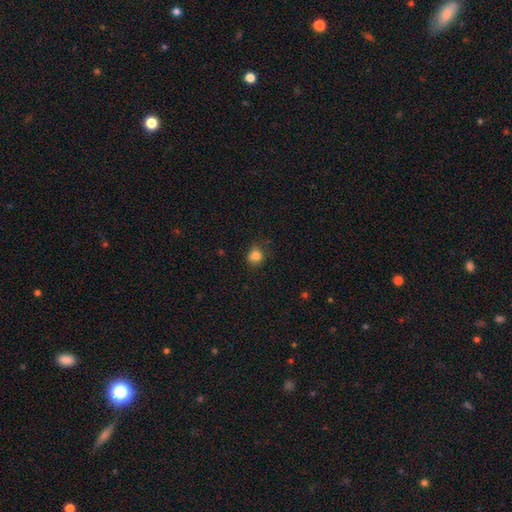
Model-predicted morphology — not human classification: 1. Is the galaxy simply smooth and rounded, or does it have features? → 82% smooth, 12% star or artifact, 6% featured or disk.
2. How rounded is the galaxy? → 69% round, 30% in between, 1% cigar-shaped.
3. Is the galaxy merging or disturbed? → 71% none, 22% minor disturbance, 6% major disturbance, 2% merger.